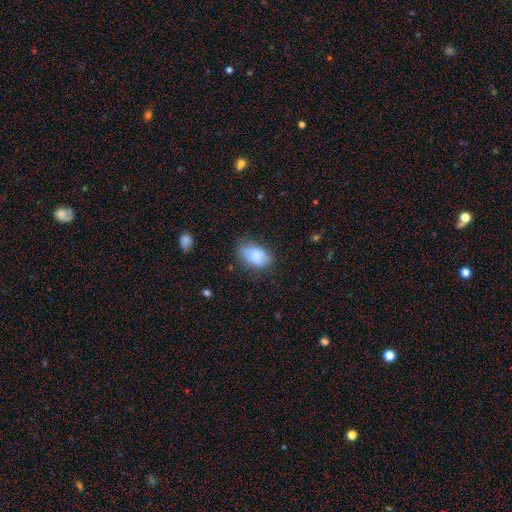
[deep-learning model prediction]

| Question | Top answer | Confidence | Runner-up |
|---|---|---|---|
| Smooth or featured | smooth | 81% | featured or disk (12%) |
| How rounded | in between | 89% | round (9%) |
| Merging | none | 63% | minor disturbance (27%) |